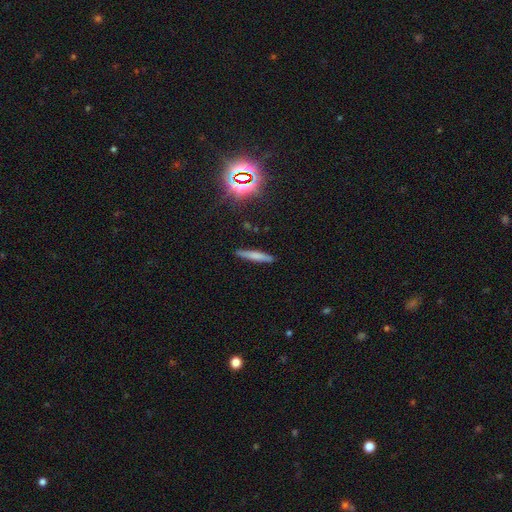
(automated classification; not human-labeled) Morphology: type=smooth (63%); roundness=cigar-shaped (93%); merging=none (88%).